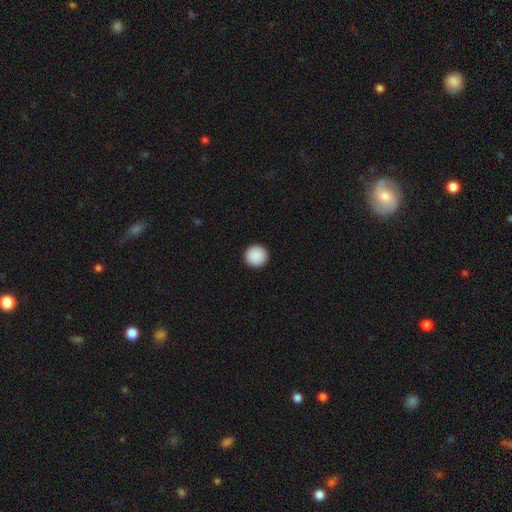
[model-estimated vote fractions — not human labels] A smooth galaxy with no disk features (90%) that is round (94%).

Vote fractions:
- Smooth or featured? smooth: 90% / star or artifact: 7% / featured or disk: 2%
- How rounded? round: 94% / in between: 5% / cigar-shaped: 1%
- Merging? none: 94% / minor disturbance: 4% / major disturbance: 1% / merger: 1%